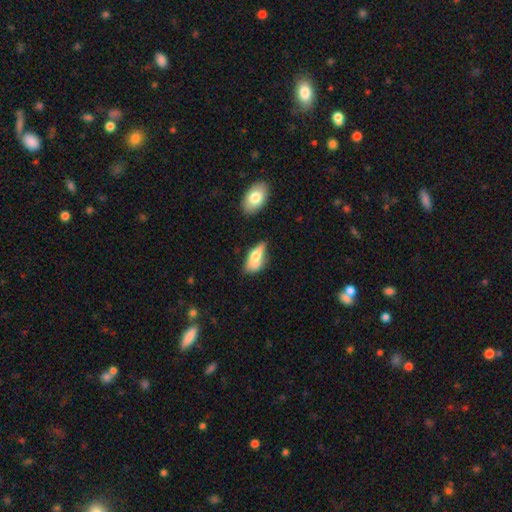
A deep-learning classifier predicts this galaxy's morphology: Q: Smooth or featured?
A: smooth (61%); runner-up: featured or disk (32%)
Q: How rounded?
A: in between (79%); runner-up: cigar-shaped (17%)
Q: Merging?
A: none (34%); runner-up: merger (31%)